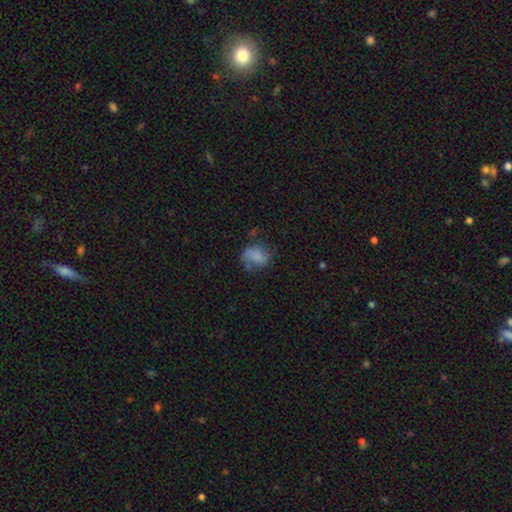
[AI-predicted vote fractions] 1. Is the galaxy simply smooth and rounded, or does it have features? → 66% smooth, 24% featured or disk, 10% star or artifact.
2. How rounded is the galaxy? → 57% in between, 41% round, 1% cigar-shaped.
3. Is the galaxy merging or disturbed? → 47% none, 29% minor disturbance, 21% major disturbance, 3% merger.